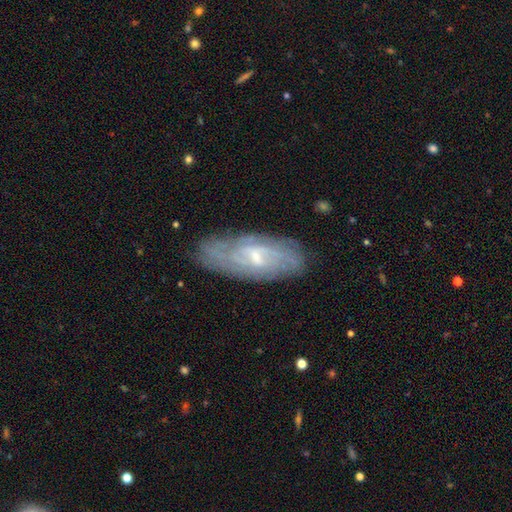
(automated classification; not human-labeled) The model was most divided on "bar": weak: 51%, no: 37%, strong: 11%. More confident: edge-on disk — no (85%); spiral arms — yes (84%); merging — none (76%); smooth or featured — featured or disk (71%); spiral winding — tight (61%); spiral arm count — can't tell (61%); bulge size — small (54%).